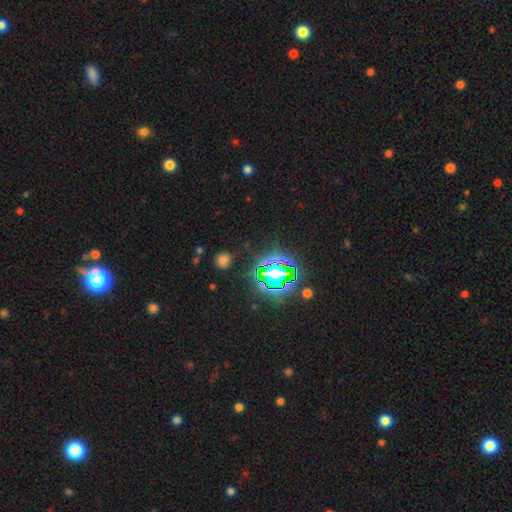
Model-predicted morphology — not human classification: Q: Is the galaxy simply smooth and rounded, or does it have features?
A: star or artifact — 81%.